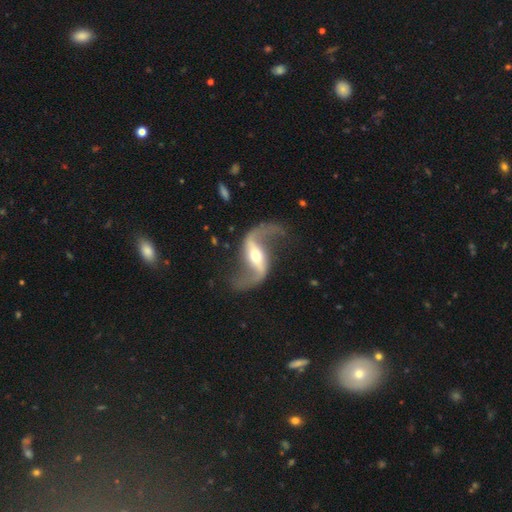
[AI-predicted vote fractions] A featured or disk galaxy (92%) with a strong bar (53%), 2 (94%) loose (87%) spiral arms (97%) and a moderate central bulge (60%). Merging: none (77%).